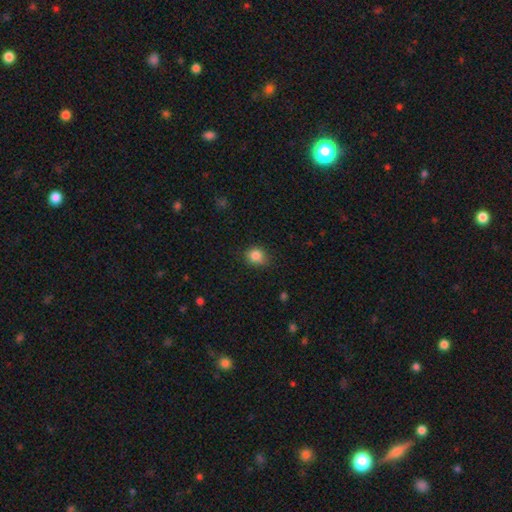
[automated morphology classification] smooth_or_featured: smooth (p=0.84) [alt: star or artifact p=0.11]
how_rounded: round (p=0.71) [alt: in between p=0.28]
merging: none (p=0.79) [alt: minor disturbance p=0.17]